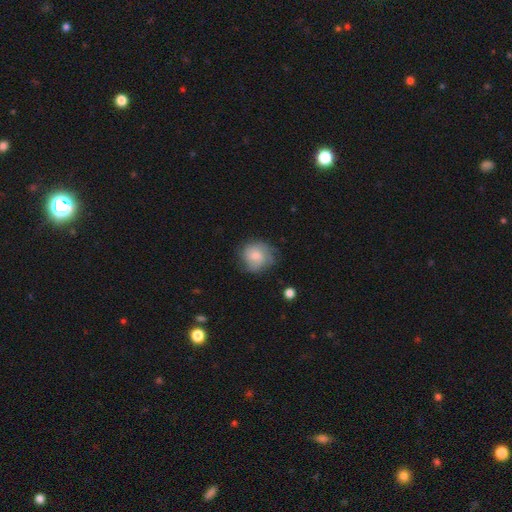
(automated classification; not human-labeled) A smooth galaxy with no disk features (55%) that is round (81%).

Vote fractions:
- Smooth or featured? smooth: 55% / featured or disk: 37% / star or artifact: 8%
- How rounded? round: 81% / in between: 18% / cigar-shaped: 1%
- Merging? none: 61% / minor disturbance: 27% / major disturbance: 11% / merger: 2%